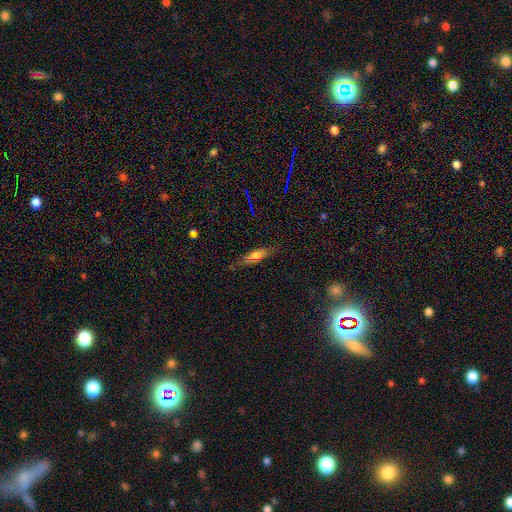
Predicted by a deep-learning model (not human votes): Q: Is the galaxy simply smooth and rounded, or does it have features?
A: smooth — 55%.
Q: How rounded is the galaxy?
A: cigar-shaped — 66%.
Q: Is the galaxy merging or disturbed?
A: none — 76%.